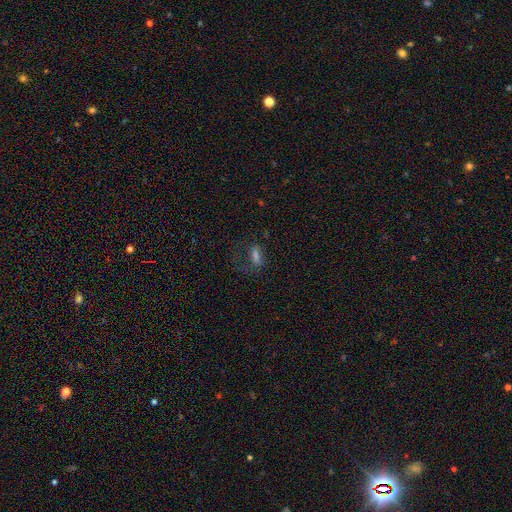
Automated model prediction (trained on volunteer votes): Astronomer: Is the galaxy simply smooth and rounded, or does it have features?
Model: smooth — 54%.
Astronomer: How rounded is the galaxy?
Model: in between — 62%.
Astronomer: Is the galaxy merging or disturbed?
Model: none — 50% (runner-up: major disturbance, 27%).